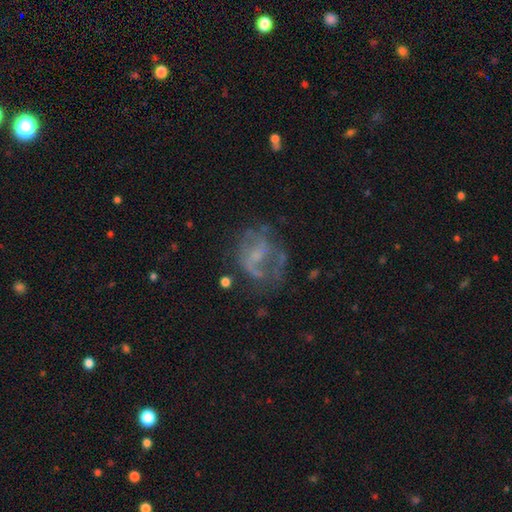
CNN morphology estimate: type=featured or disk (64%); edge-on=no (97%); bar=no (53%); spiral arms=yes (54%); bulge=small (42%); merging=none (45%).